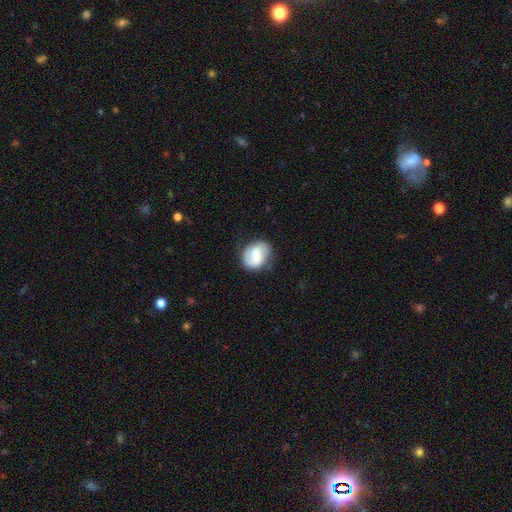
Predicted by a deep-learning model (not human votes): This appears to be a featured or disk galaxy (53%) with a weak bar (49%), spiral arms (83%) and a moderate central bulge (36%). Merging: none (72%).